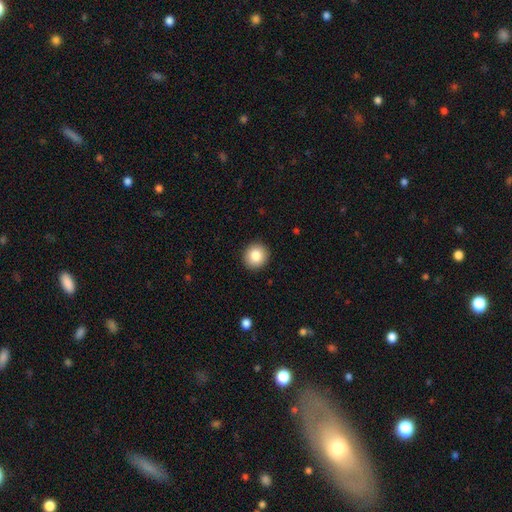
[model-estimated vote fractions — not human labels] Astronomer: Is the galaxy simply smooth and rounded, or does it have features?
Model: smooth — 85%.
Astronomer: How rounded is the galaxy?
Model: round — 89%.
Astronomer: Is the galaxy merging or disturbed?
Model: none — 92%.